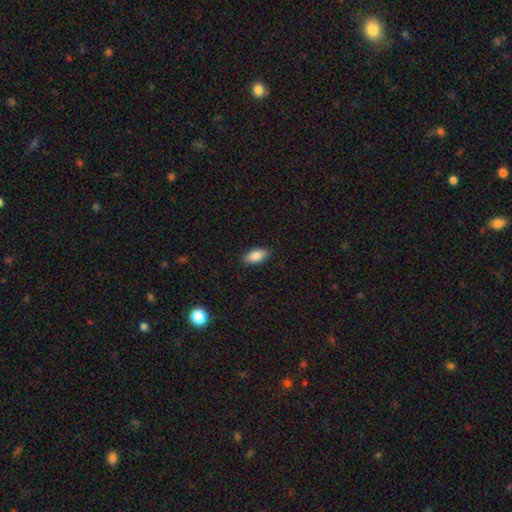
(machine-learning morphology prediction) Overall: smooth (88%). How rounded: in between (92%). Merging: none (88%).